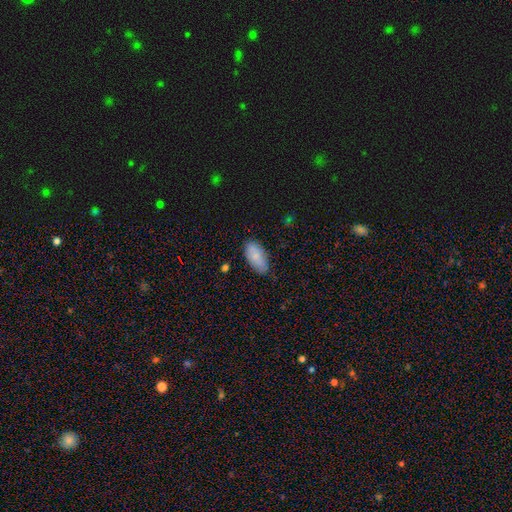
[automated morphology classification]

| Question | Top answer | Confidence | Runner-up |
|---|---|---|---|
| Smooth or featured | smooth | 80% | featured or disk (13%) |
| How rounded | in between | 92% | cigar-shaped (5%) |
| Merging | none | 77% | minor disturbance (18%) |